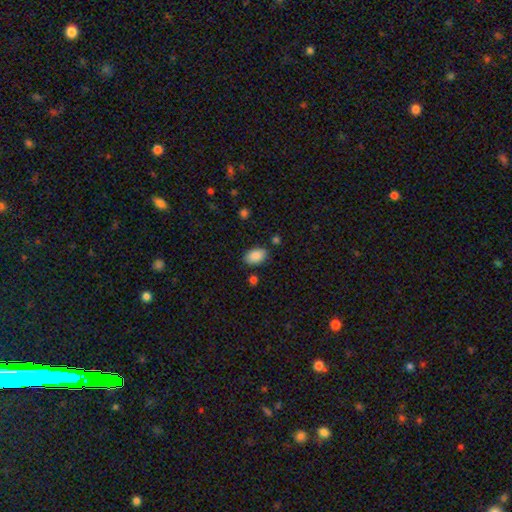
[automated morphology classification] Overall: smooth (88%). How rounded: in between (91%). Merging: none (83%).